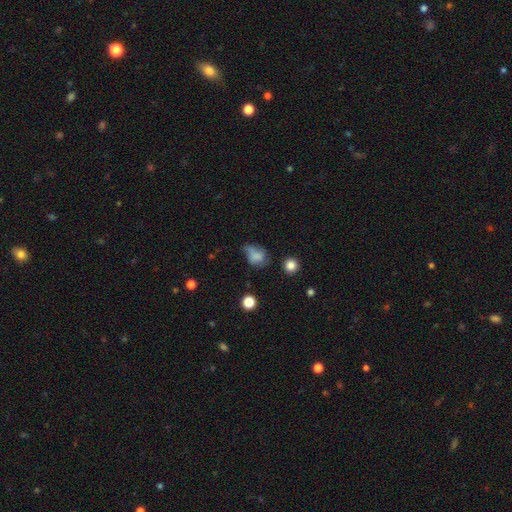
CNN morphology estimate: This is likely a smooth galaxy (70%). How rounded: likely in between (61%). Merging: marginally minor disturbance (34%).